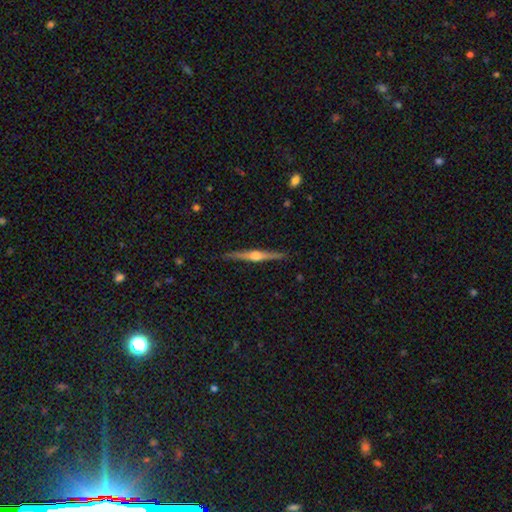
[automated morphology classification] type=featured or disk (78%); edge-on=yes (98%); edge-on bulge=rounded (91%); merging=none (90%).